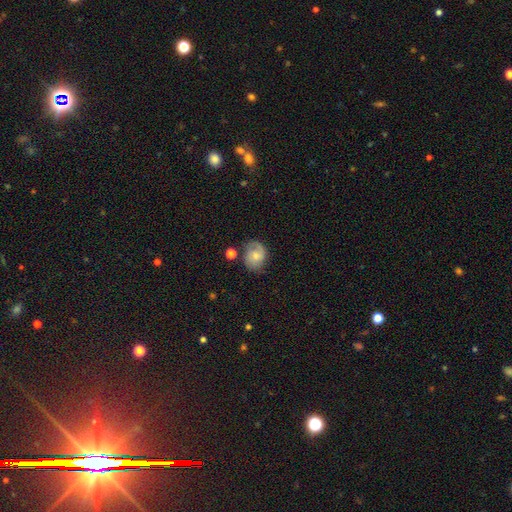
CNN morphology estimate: smooth_or_featured: featured or disk (p=0.61) [alt: smooth p=0.31]
disk_edge_on: no (p=0.97) [alt: yes p=0.03]
bar: no (p=0.66) [alt: weak p=0.30]
has_spiral_arms: yes (p=0.89) [alt: no p=0.11]
spiral_winding: medium (p=0.43) [alt: tight p=0.38]
spiral_arm_count: 2 (p=0.68) [alt: 1 p=0.14]
bulge_size: small (p=0.48) [alt: moderate p=0.42]
merging: none (p=0.65) [alt: minor disturbance p=0.22]